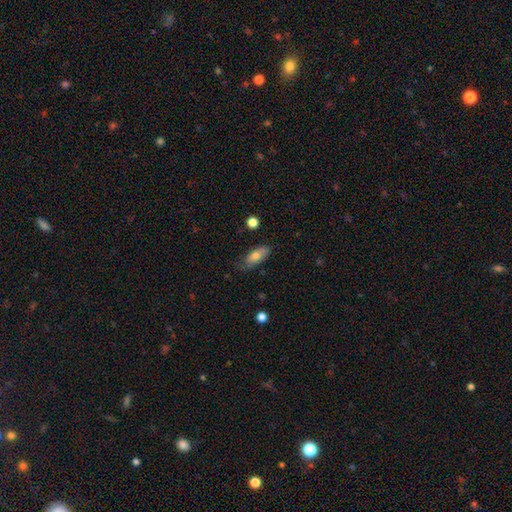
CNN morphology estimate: This is likely a smooth galaxy (72%). How rounded: clearly in between (82%). Merging: likely none (68%).